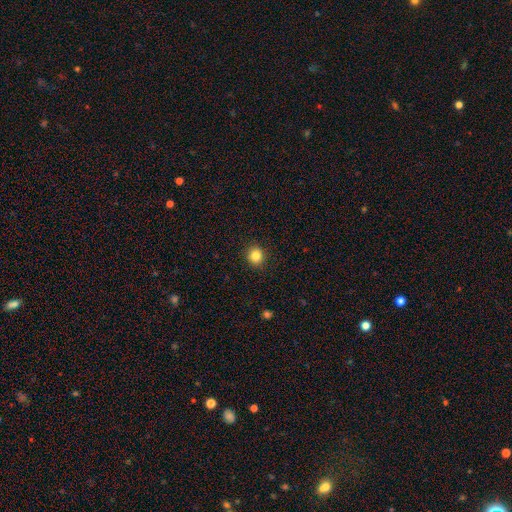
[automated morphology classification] Smooth or featured: smooth — 84% (star or artifact — 11%)
How rounded: round — 86% (in between — 13%)
Merging: none — 91% (minor disturbance — 6%)